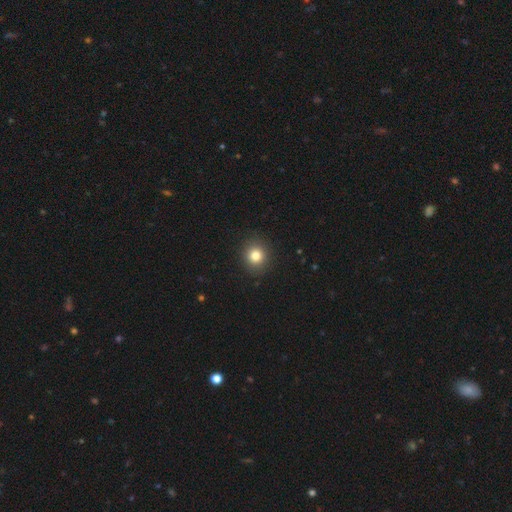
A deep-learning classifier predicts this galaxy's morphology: Smooth or featured? Predicted: smooth (p=0.81). How rounded? Predicted: round (p=0.87). Merging? Predicted: none (p=0.91).